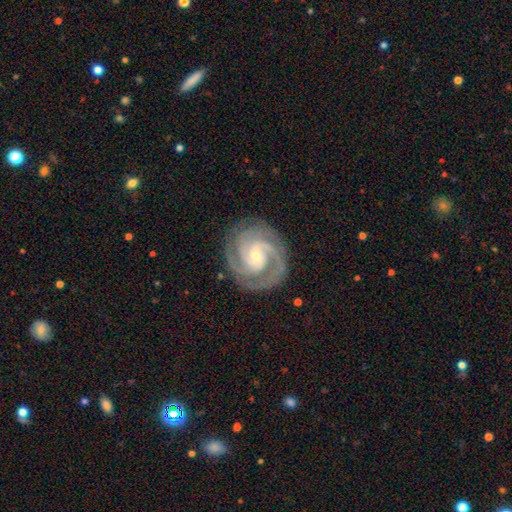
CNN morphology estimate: Smooth or featured? Predicted: featured or disk (p=0.92). Edge-on disk? Predicted: no (p=0.98). Bar? Predicted: no (p=0.55). Spiral arms? Predicted: yes (p=0.99). Spiral winding? Predicted: tight (p=0.69). Spiral arm count? Predicted: 3 (p=0.42). Bulge size? Predicted: small (p=0.74). Merging? Predicted: none (p=0.84).